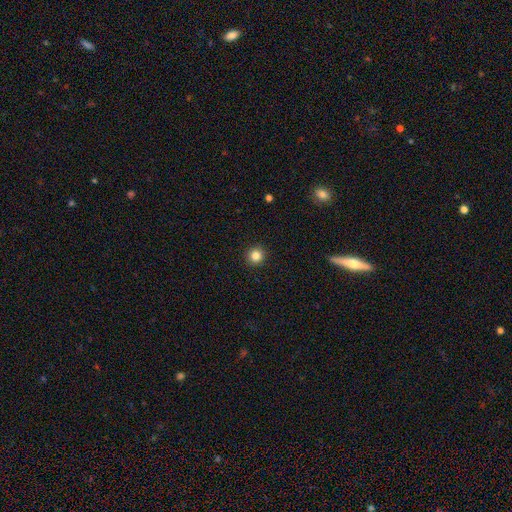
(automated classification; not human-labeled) Morphology: type=smooth (84%); roundness=round (94%); merging=none (93%).